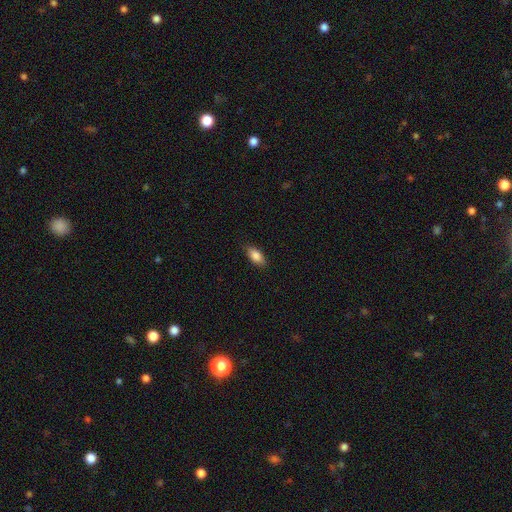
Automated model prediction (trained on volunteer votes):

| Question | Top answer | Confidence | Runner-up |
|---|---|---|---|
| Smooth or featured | smooth | 86% | star or artifact (7%) |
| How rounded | in between | 89% | cigar-shaped (7%) |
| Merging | none | 85% | minor disturbance (11%) |